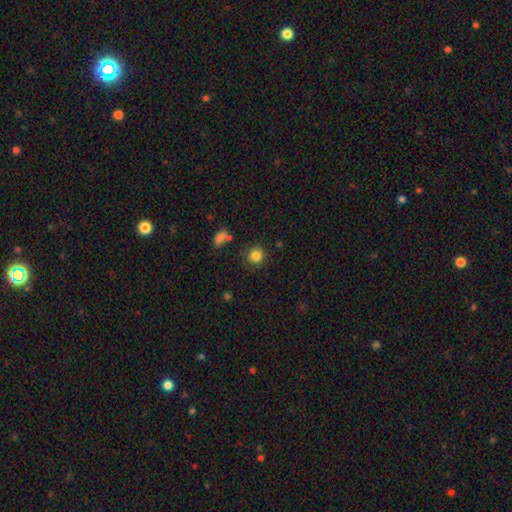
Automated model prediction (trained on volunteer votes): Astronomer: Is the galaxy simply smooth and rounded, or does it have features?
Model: smooth — 84%.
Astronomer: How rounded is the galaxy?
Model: round — 92%.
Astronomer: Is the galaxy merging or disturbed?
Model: none — 84%.